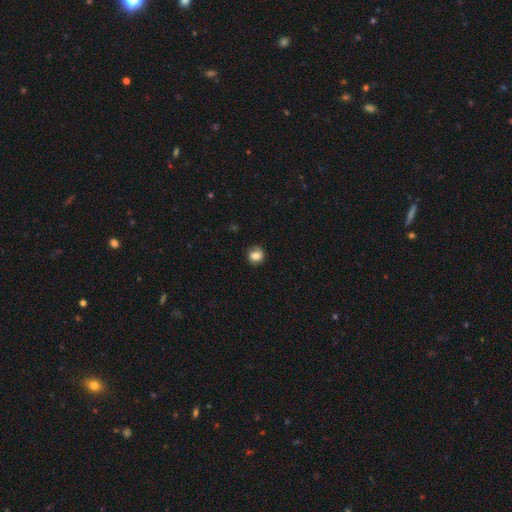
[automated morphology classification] Smooth or featured? Predicted: smooth (p=0.80). How rounded? Predicted: round (p=0.77). Merging? Predicted: none (p=0.76).